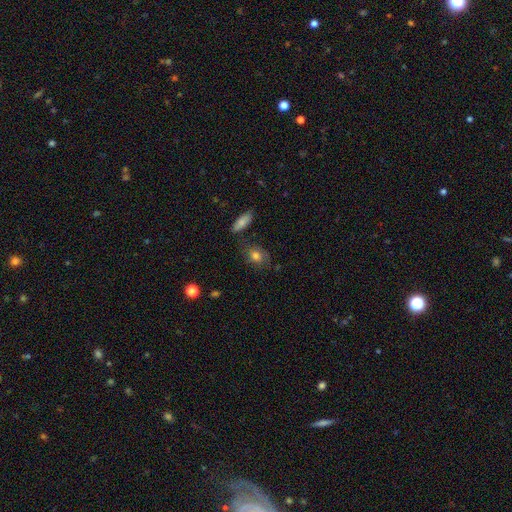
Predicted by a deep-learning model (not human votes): Morphology: type=smooth (74%); roundness=in between (64%); merging=none (70%).